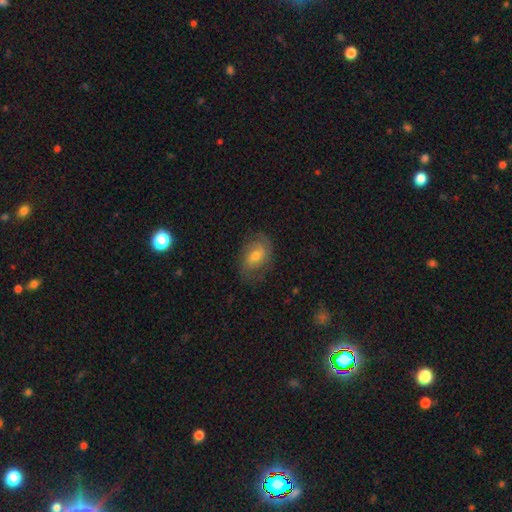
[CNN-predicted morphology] Smooth or featured?
  - featured or disk: 49% *
  - smooth: 42%
  - star or artifact: 9%
Merging?
  - none: 69% *
  - minor disturbance: 21%
  - major disturbance: 9%
  - merger: 1%